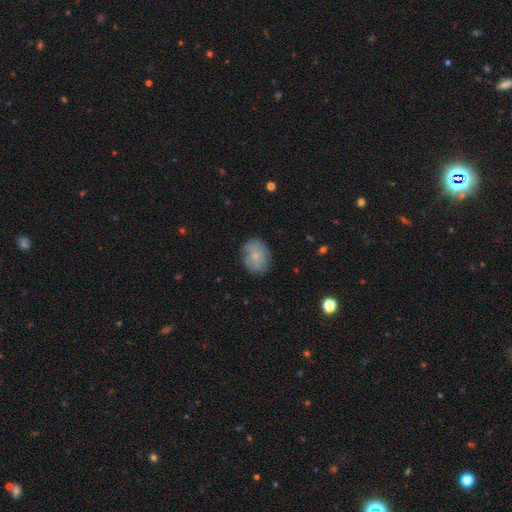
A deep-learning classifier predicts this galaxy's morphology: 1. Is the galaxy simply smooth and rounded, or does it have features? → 63% smooth, 29% featured or disk, 8% star or artifact.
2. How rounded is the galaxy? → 52% round, 47% in between, 1% cigar-shaped.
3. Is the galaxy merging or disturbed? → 68% none, 23% minor disturbance, 7% major disturbance, 2% merger.